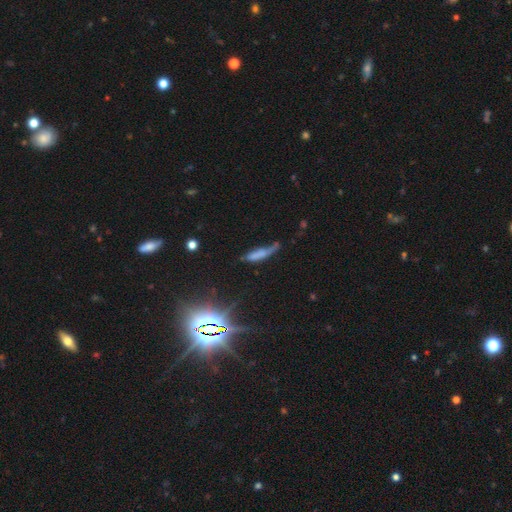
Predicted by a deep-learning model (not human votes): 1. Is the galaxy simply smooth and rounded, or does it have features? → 47% smooth, 29% featured or disk, 24% star or artifact.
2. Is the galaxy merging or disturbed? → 40% none, 32% minor disturbance, 22% major disturbance, 6% merger.